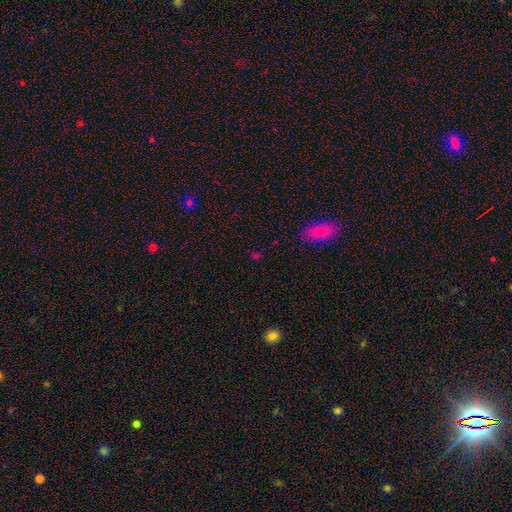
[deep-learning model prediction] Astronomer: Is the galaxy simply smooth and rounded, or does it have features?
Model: smooth — 48% (runner-up: star or artifact, 44%).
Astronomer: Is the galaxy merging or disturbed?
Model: none — 77%.